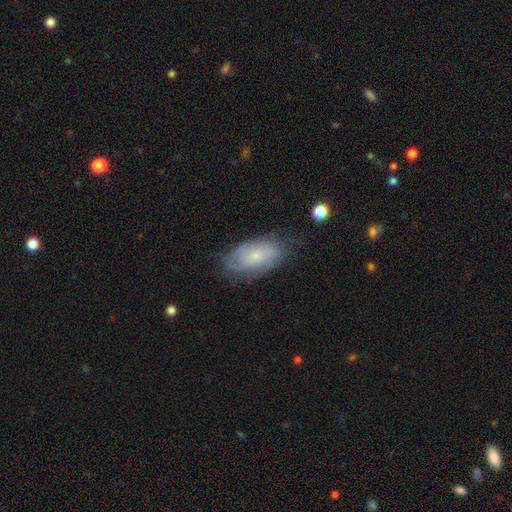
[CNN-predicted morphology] type=smooth (51%); roundness=in between (92%); merging=none (68%).